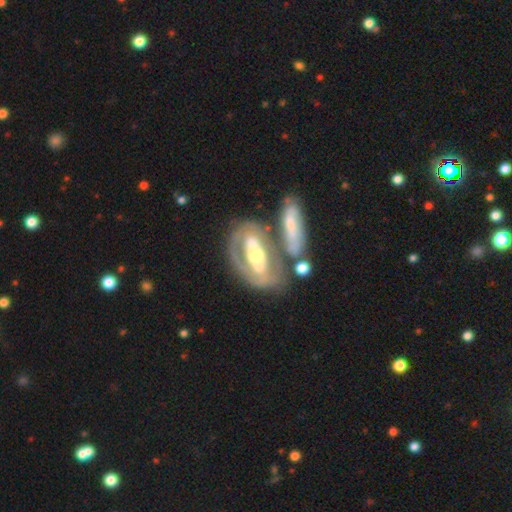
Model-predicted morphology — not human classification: featured or disk 76%, smooth 19%, star or artifact 5%. Down the decision tree: edge-on disk — no (89%); bar — strong (50%); spiral arms — yes (51%); bulge size — moderate (67%); merging — none (44%).